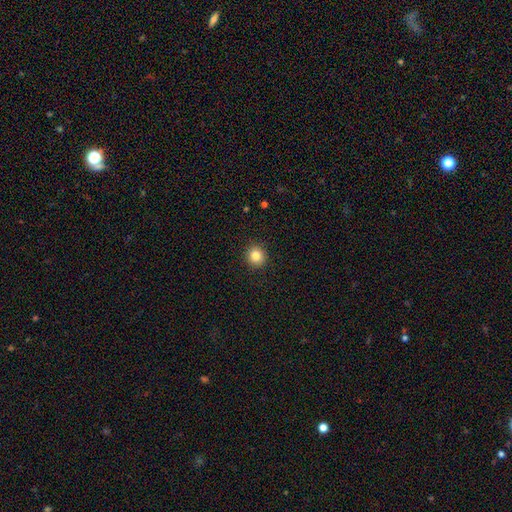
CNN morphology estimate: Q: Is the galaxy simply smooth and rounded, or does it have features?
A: smooth — 83%.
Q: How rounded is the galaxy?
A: round — 92%.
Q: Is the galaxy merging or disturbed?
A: none — 92%.